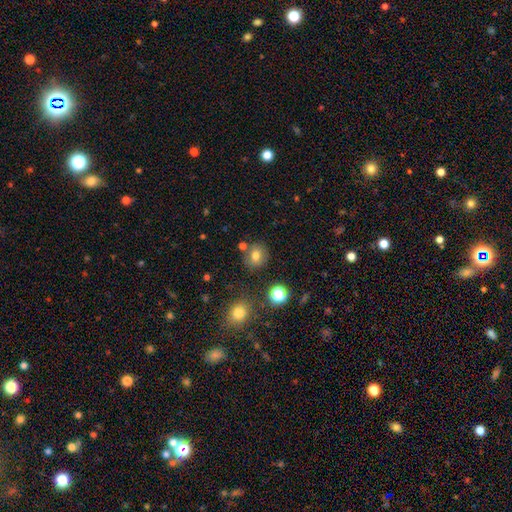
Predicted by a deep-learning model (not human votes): A smooth galaxy with no disk features (76%) that is round (78%). Merging: none (78%).